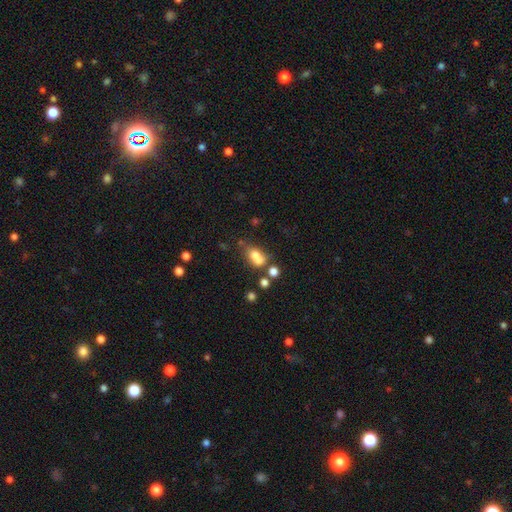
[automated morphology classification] smooth_or_featured: smooth (p=0.69) [alt: featured or disk p=0.17]
how_rounded: in between (p=0.66) [alt: round p=0.30]
merging: merger (p=0.44) [alt: none p=0.31]